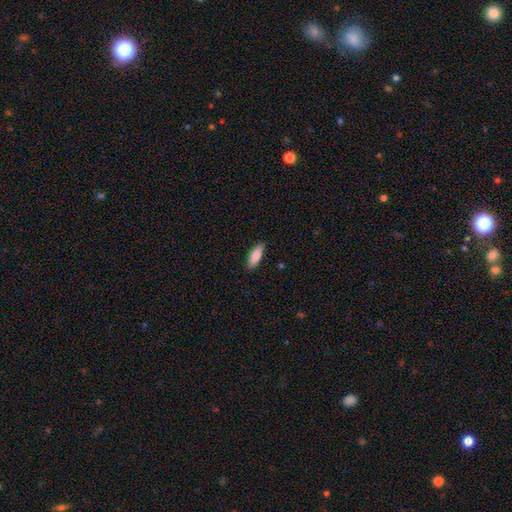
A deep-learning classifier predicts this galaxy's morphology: This is clearly a smooth galaxy (84%). How rounded: possibly in between (58%). Merging: clearly none (87%).